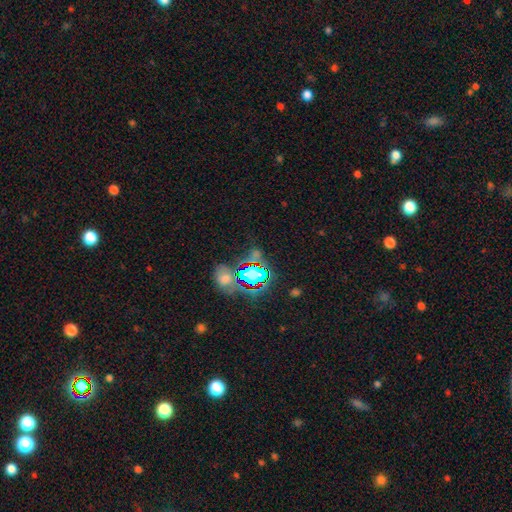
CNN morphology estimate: This appears to be a star or artifact, not a galaxy (72%).